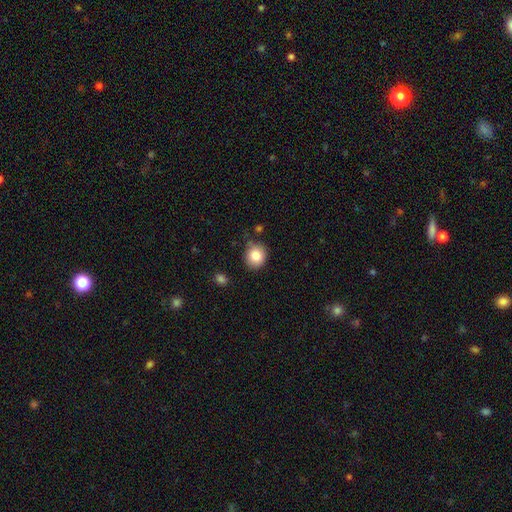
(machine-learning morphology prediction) Smooth or featured? Predicted: smooth (p=0.83). How rounded? Predicted: round (p=0.83). Merging? Predicted: none (p=0.79).